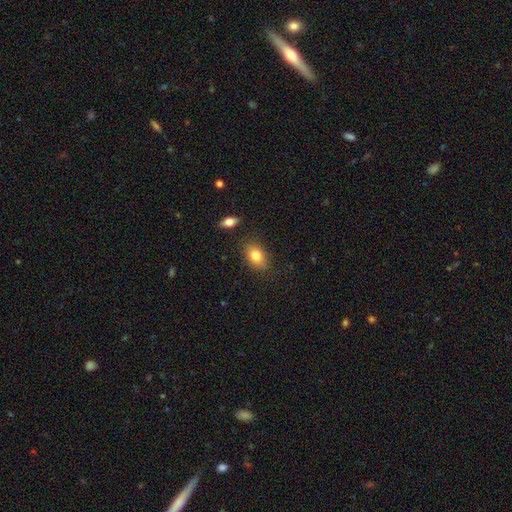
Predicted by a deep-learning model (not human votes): Overall: smooth (81%). How rounded: in between (86%). Merging: none (82%).